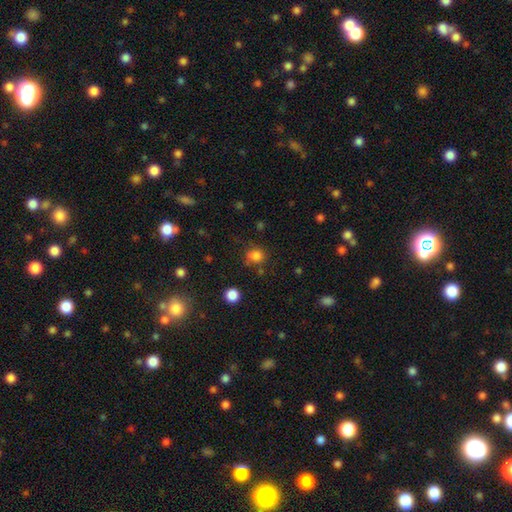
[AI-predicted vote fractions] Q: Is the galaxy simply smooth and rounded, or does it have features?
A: smooth — 81%.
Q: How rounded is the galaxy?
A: round — 78%.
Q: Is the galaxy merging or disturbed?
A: none — 72%.